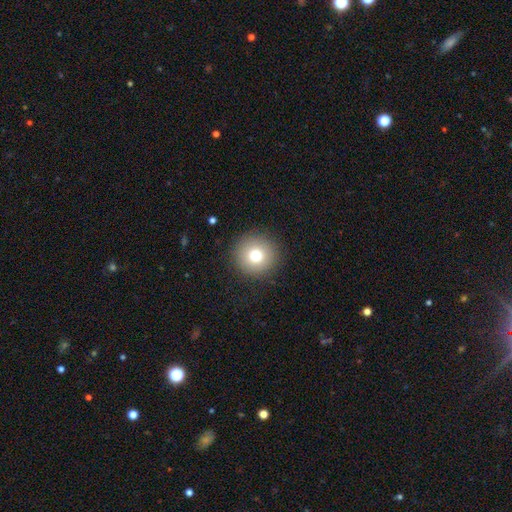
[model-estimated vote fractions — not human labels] Overall: smooth (78%). How rounded: round (95%). Merging: none (90%).